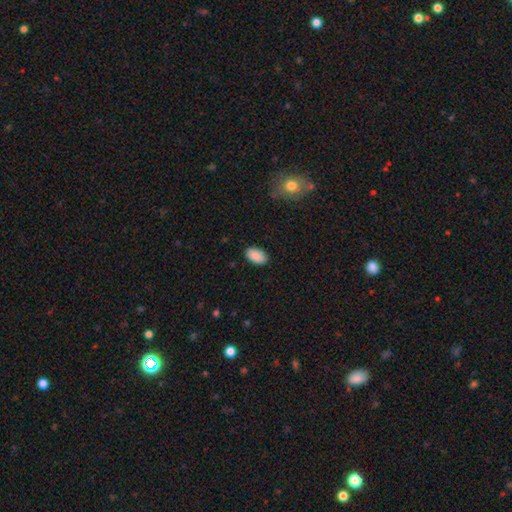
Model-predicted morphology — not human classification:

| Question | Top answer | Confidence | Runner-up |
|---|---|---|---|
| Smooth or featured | smooth | 90% | star or artifact (7%) |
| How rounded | in between | 93% | round (5%) |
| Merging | none | 88% | minor disturbance (9%) |